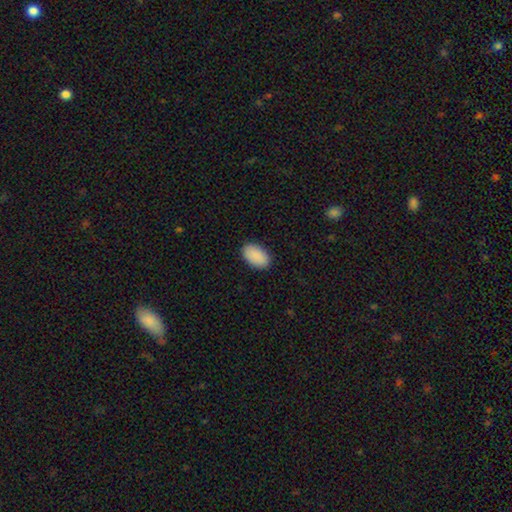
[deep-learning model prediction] Smooth or featured? Predicted: smooth (p=0.91). How rounded? Predicted: in between (p=0.95). Merging? Predicted: none (p=0.89).